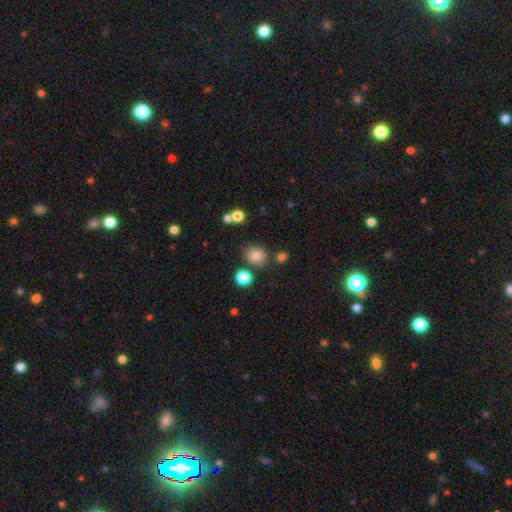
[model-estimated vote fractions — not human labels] smooth-or-featured: smooth: 80% | star or artifact: 13% | featured or disk: 6%
  how-rounded: round: 76% | in between: 23% | cigar-shaped: 1%
  merging: none: 78% | minor disturbance: 11% | merger: 7% | major disturbance: 4%